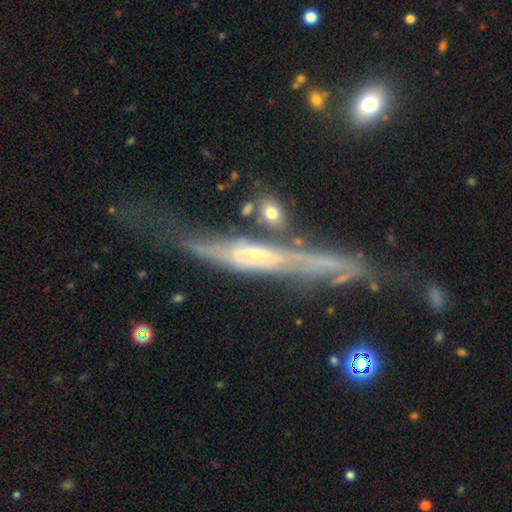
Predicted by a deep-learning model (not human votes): A featured or disk galaxy (75%) viewed edge-on (79%) with a rounded central bulge (45%). Merging: none (55%).